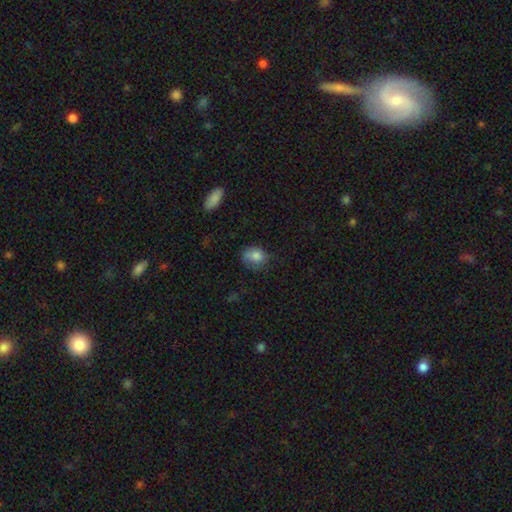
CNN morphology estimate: Overall: smooth (80%). How rounded: round (49%, tied with in between). Merging: none (57%; minor disturbance 30%).